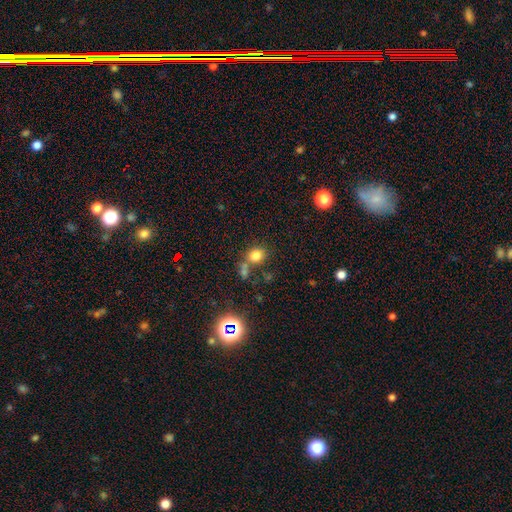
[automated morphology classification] A smooth galaxy with no disk features (78%) that is round (70%). Merging: none (62%).